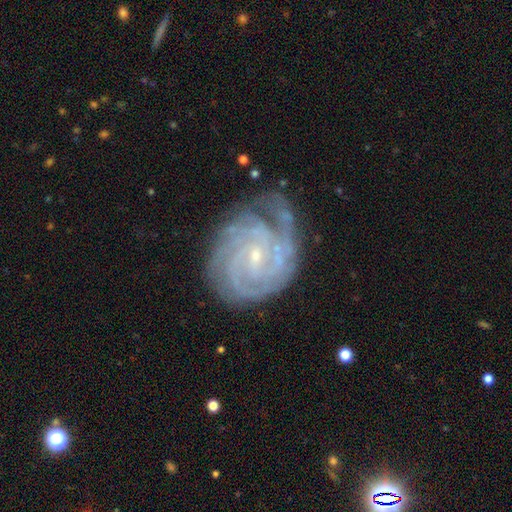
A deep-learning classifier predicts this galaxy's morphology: This is clearly a featured or disk galaxy (89%). It is clearly not viewed edge-on (98%). Bar: possibly no (49%). Spiral arm pattern: clearly yes (98%). Spiral arm count: marginally 4 (26%). Spiral winding: likely tight (79%). Central bulge: clearly small (82%). Merging: likely none (66%).